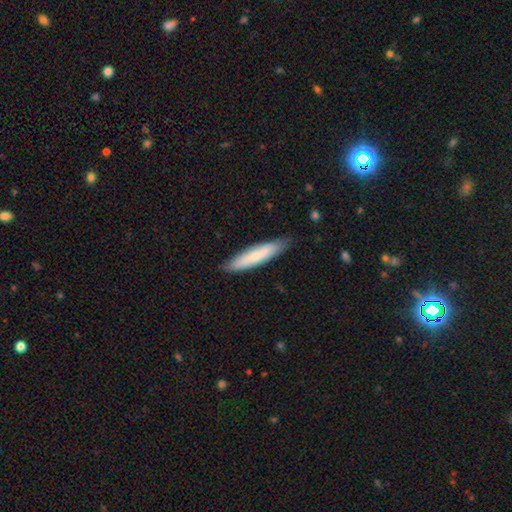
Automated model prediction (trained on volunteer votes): A smooth galaxy with no disk features (70%) that is cigar-shaped (86%).

Vote fractions:
- Smooth or featured? smooth: 70% / featured or disk: 25% / star or artifact: 6%
- How rounded? cigar-shaped: 86% / in between: 13% / round: 1%
- Merging? none: 86% / minor disturbance: 11% / major disturbance: 2% / merger: 1%